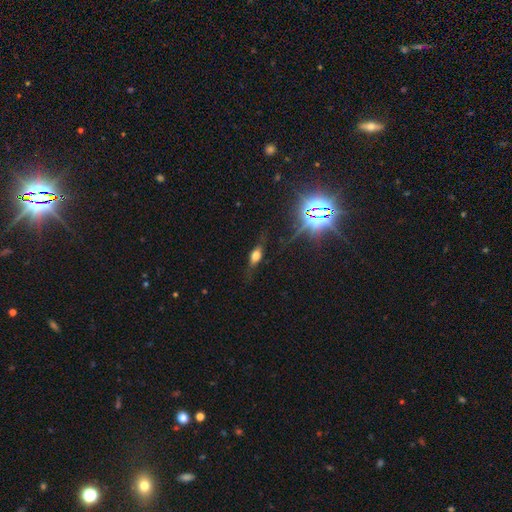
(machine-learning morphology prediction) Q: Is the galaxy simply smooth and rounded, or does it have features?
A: smooth — 46%.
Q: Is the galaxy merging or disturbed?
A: none — 71%.